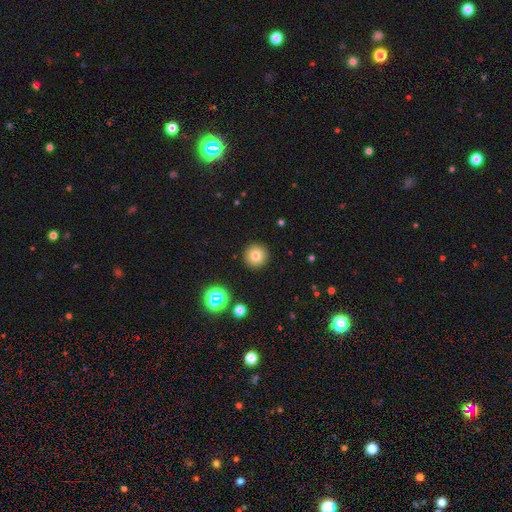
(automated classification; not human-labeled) A smooth galaxy with no disk features (76%) that is round (96%). Merging: none (92%).